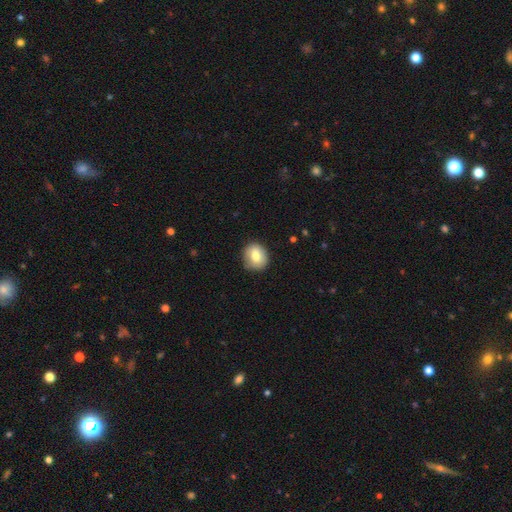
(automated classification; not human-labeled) smooth-or-featured: smooth: 75% | featured or disk: 17% | star or artifact: 8%
  how-rounded: round: 75% | in between: 24% | cigar-shaped: 1%
  merging: none: 85% | minor disturbance: 12% | major disturbance: 3% | merger: 1%